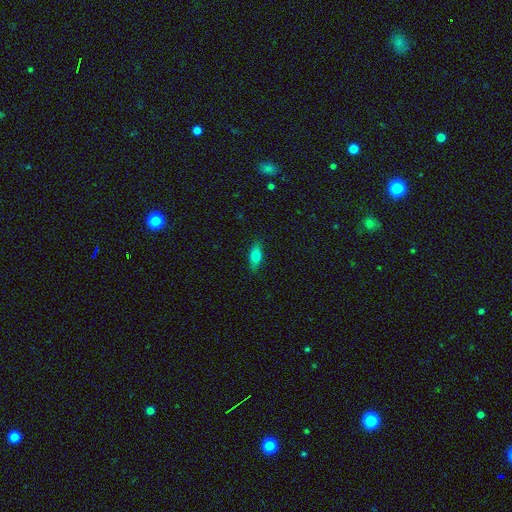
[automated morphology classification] smooth 70%, featured or disk 22%, star or artifact 8%. Down the decision tree: how rounded — in between (71%); merging — none (86%).